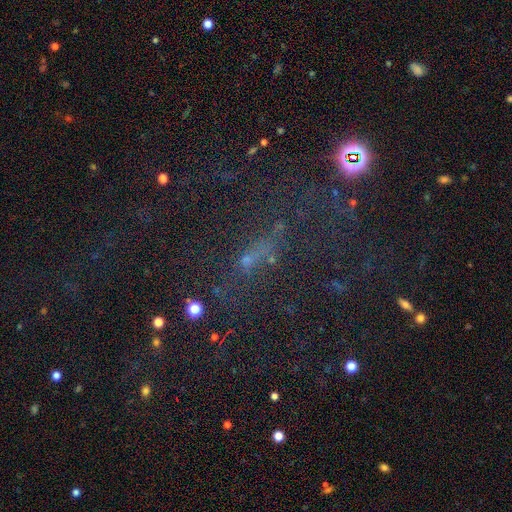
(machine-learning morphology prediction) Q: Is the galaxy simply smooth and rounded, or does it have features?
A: star or artifact — 49%.